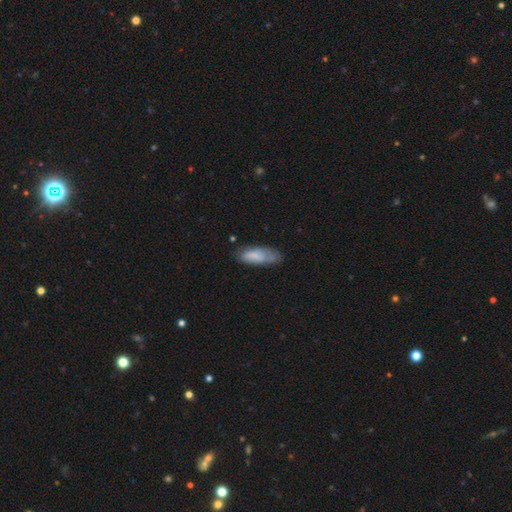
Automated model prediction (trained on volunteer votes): This is likely a smooth galaxy (78%). How rounded: likely in between (62%). Merging: likely none (62%).